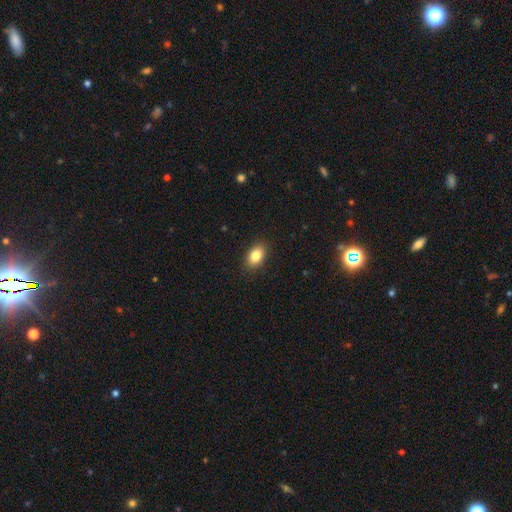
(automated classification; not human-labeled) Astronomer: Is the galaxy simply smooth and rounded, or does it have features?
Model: smooth — 85%.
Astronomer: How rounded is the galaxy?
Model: in between — 87%.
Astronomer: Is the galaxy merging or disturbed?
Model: none — 88%.